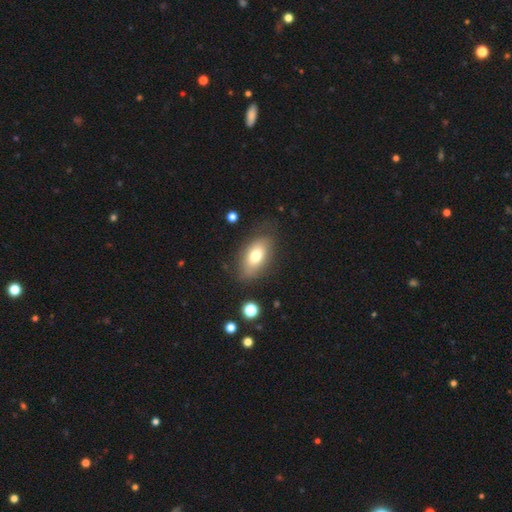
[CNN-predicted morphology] Smooth or featured: smooth — 73% (featured or disk — 19%)
How rounded: in between — 88% (round — 6%)
Merging: none — 76% (minor disturbance — 16%)